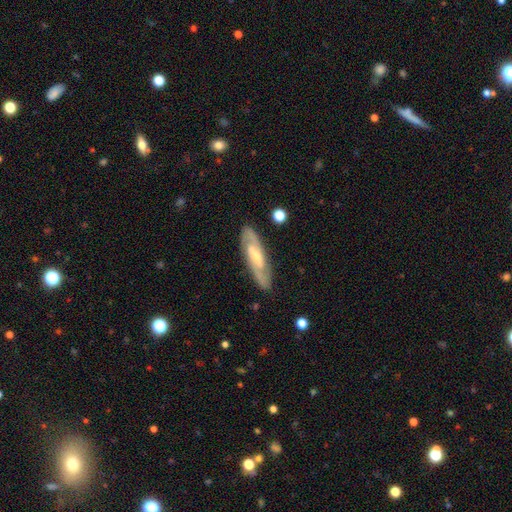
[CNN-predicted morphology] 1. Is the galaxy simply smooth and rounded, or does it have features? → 71% featured or disk, 23% smooth, 5% star or artifact.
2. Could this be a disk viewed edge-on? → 77% no, 23% yes.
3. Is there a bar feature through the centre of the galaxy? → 44% weak, 29% strong, 27% no.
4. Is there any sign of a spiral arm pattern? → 86% yes, 14% no.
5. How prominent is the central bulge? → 47% small, 42% moderate, 5% none, 5% large, 1% dominant.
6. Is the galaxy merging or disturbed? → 84% none, 12% minor disturbance, 3% major disturbance, 1% merger.